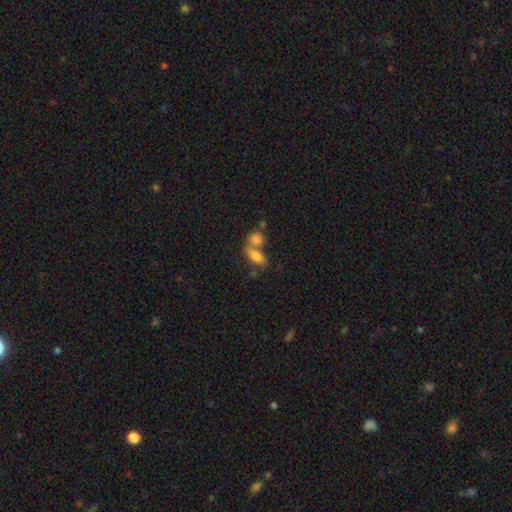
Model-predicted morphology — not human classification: Smooth or featured? smooth (77%)
How rounded? in between (80%)
Merging? merger (49%)